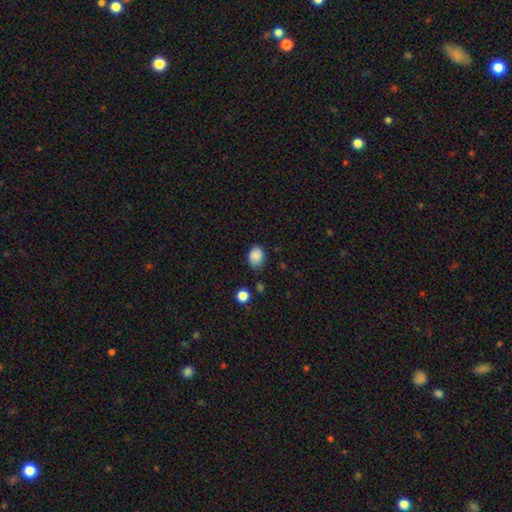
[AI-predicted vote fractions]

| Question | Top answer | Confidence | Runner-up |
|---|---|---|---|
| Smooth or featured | smooth | 86% | star or artifact (9%) |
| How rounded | in between | 60% | round (39%) |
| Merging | none | 67% | minor disturbance (25%) |